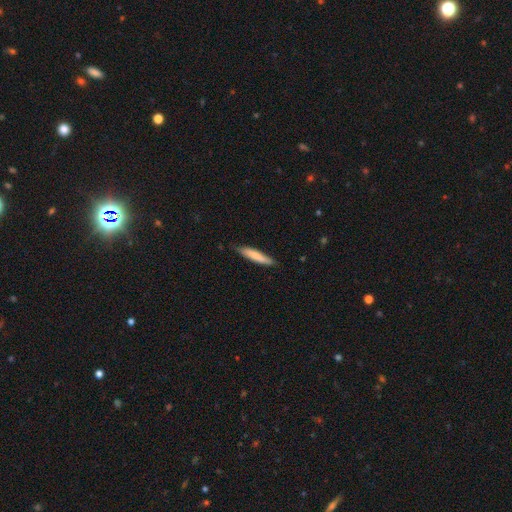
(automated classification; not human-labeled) Overall: smooth (76%). How rounded: cigar-shaped (89%). Merging: none (80%).